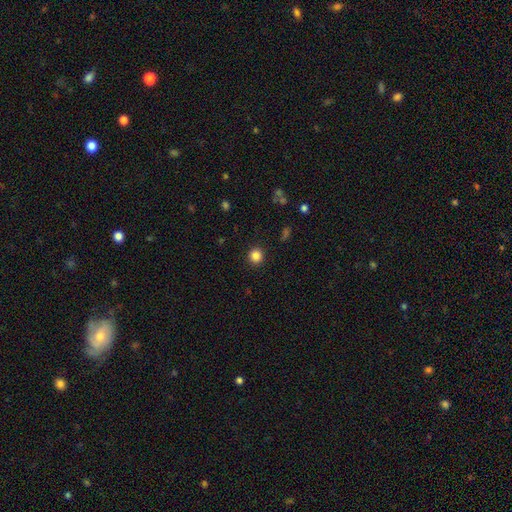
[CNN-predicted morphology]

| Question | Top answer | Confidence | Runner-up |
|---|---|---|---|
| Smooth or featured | smooth | 85% | star or artifact (12%) |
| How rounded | round | 92% | in between (7%) |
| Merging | none | 91% | minor disturbance (6%) |